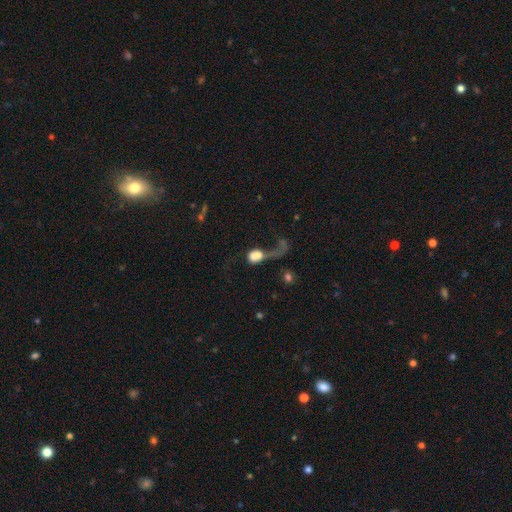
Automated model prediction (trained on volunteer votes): Overall: smooth (58%; featured or disk 31%). How rounded: in between (48%, tied with round). Merging: major disturbance (50%; merger 26%).